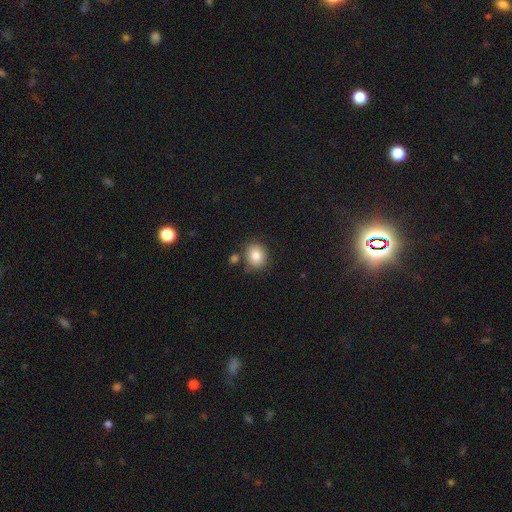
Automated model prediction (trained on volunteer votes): Q: Smooth or featured?
A: smooth (84%); runner-up: star or artifact (9%)
Q: How rounded?
A: round (72%); runner-up: in between (27%)
Q: Merging?
A: none (76%); runner-up: minor disturbance (12%)